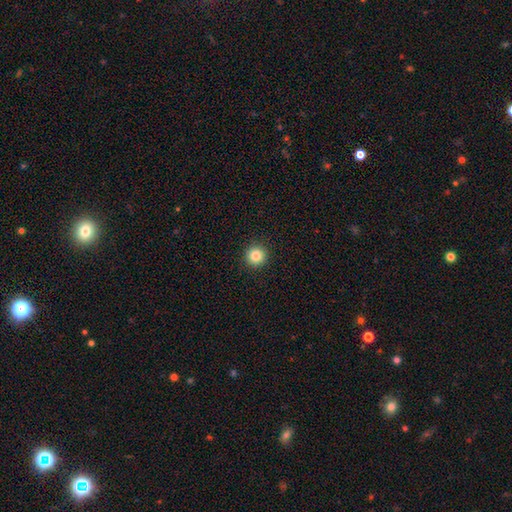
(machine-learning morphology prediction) Smooth or featured?
  - smooth: 85% *
  - star or artifact: 11%
  - featured or disk: 5%
How rounded?
  - round: 96% *
  - in between: 3%
  - cigar-shaped: 1%
Merging?
  - none: 93% *
  - minor disturbance: 4%
  - major disturbance: 2%
  - merger: 1%